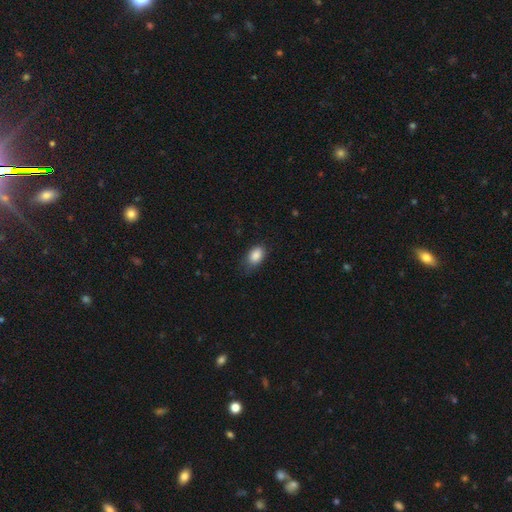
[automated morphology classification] Smooth or featured? smooth (87%)
How rounded? in between (87%)
Merging? none (70%)